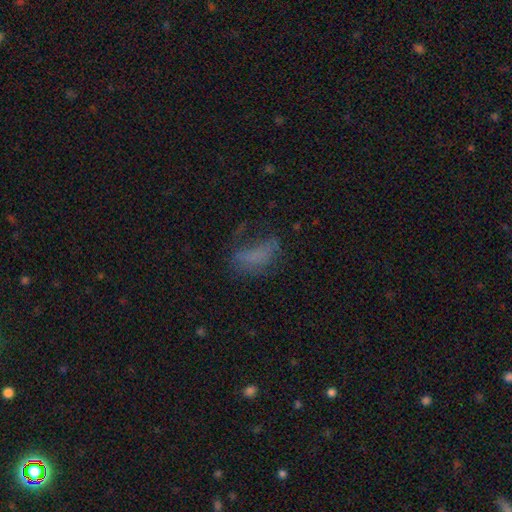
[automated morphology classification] Smooth or featured? Predicted: smooth (p=0.58). How rounded? Predicted: in between (p=0.79). Merging? Predicted: none (p=0.38).